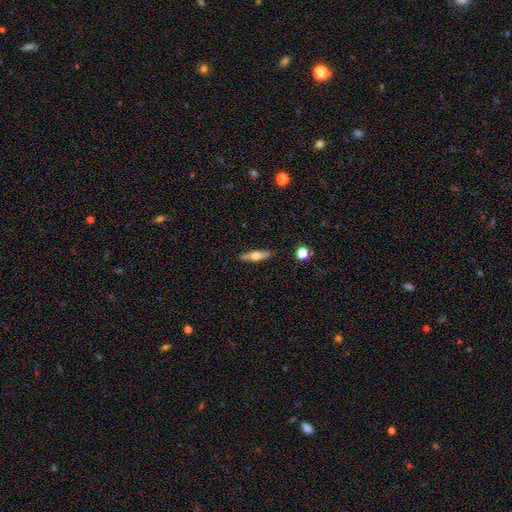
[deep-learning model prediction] Q: Smooth or featured?
A: featured or disk (50%); runner-up: smooth (44%)
Q: Merging?
A: none (88%); runner-up: minor disturbance (8%)